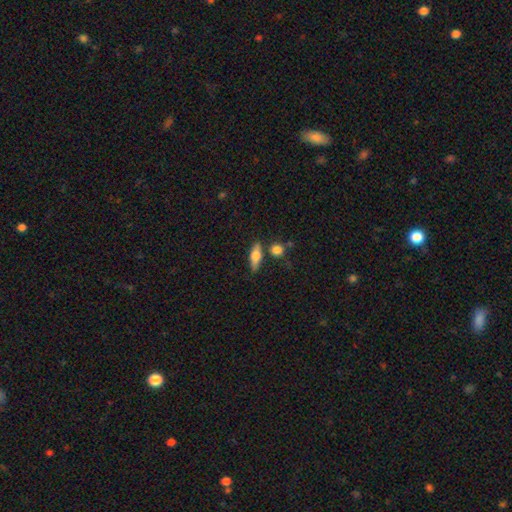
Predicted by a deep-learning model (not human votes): Morphology: type=smooth (56%); roundness=in between (50%); merging=none (76%).